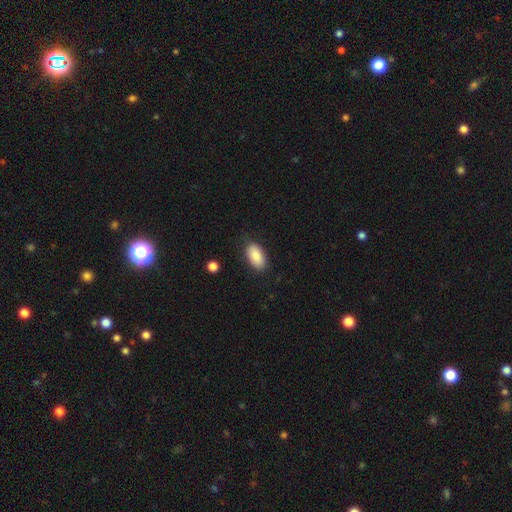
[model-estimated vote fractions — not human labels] smooth_or_featured: smooth (p=0.85) [alt: featured or disk p=0.08]
how_rounded: in between (p=0.94) [alt: round p=0.04]
merging: none (p=0.84) [alt: minor disturbance p=0.12]